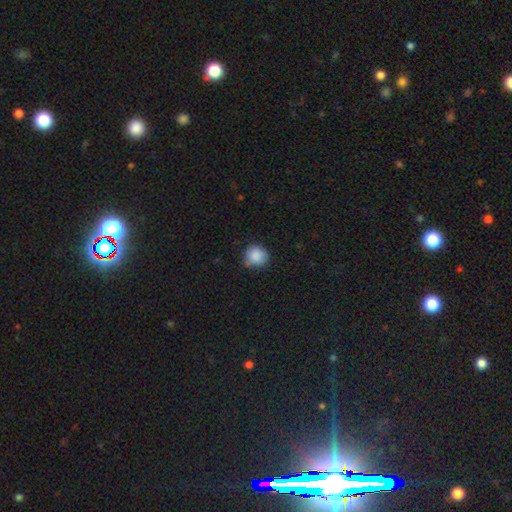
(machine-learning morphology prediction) A smooth galaxy with no disk features (88%) that is round (83%).

Vote fractions:
- Smooth or featured? smooth: 88% / star or artifact: 8% / featured or disk: 4%
- How rounded? round: 83% / in between: 16% / cigar-shaped: 1%
- Merging? none: 72% / minor disturbance: 21% / major disturbance: 4% / merger: 3%